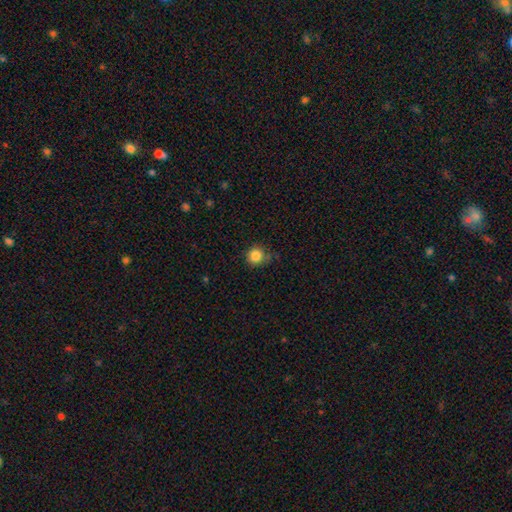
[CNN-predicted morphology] Smooth or featured: smooth — 84% (star or artifact — 11%)
How rounded: round — 91% (in between — 8%)
Merging: none — 76% (minor disturbance — 17%)